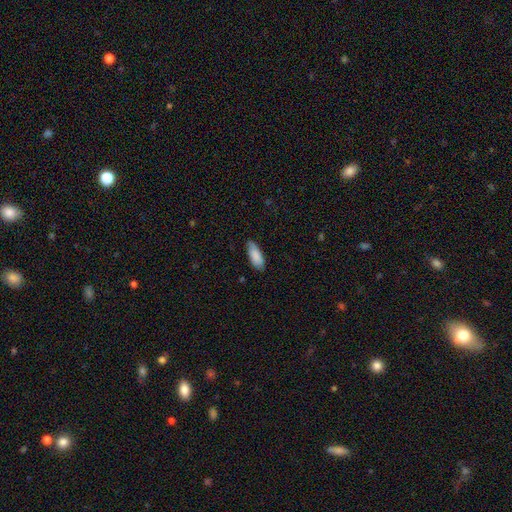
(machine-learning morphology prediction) The model was most divided on "how rounded": in between: 75%, cigar-shaped: 23%, round: 2%. More confident: smooth or featured — smooth (87%); merging — none (80%).